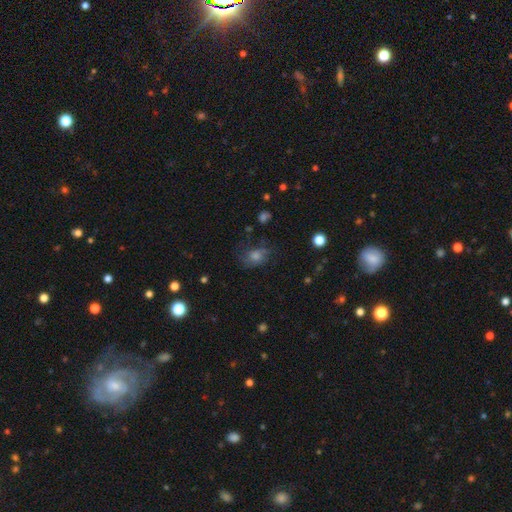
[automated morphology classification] Smooth or featured? smooth (49%)
Merging? none (61%)